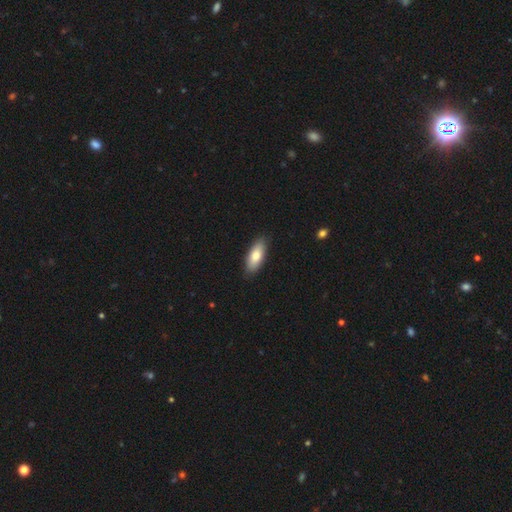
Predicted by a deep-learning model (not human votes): A smooth galaxy with no disk features (77%) that is in between round and cigar-shaped (79%).

Vote fractions:
- Smooth or featured? smooth: 77% / featured or disk: 17% / star or artifact: 6%
- How rounded? in between: 79% / cigar-shaped: 19% / round: 2%
- Merging? none: 88% / minor disturbance: 9% / major disturbance: 2% / merger: 1%